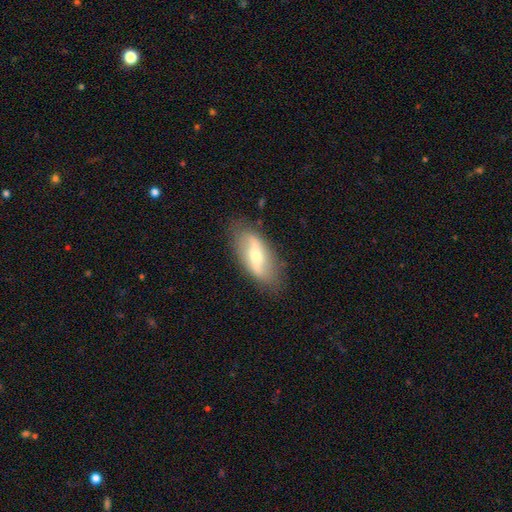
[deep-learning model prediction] Q: Smooth or featured?
A: featured or disk (57%); runner-up: smooth (37%)
Q: Edge-on disk?
A: no (80%); runner-up: yes (20%)
Q: Merging?
A: none (79%); runner-up: minor disturbance (15%)